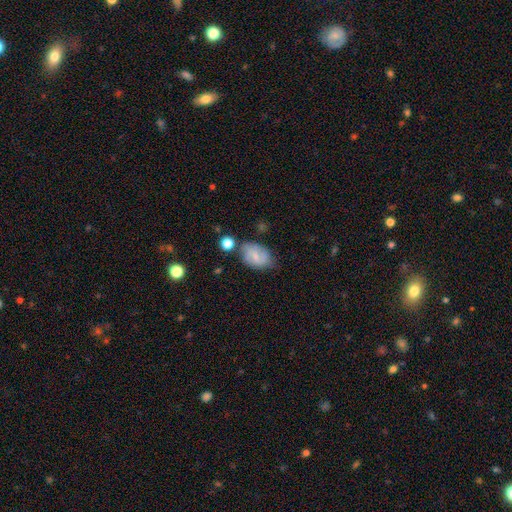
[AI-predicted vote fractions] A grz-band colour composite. It shows a smooth galaxy with no disk features (54%) that is in between round and cigar-shaped (80%). Merging: none (62%).